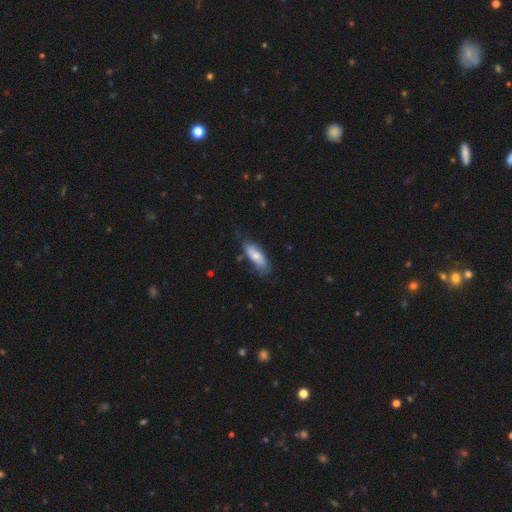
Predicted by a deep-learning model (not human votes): Q: Smooth or featured?
A: smooth (67%); runner-up: featured or disk (26%)
Q: How rounded?
A: in between (71%); runner-up: cigar-shaped (27%)
Q: Merging?
A: none (64%); runner-up: minor disturbance (26%)